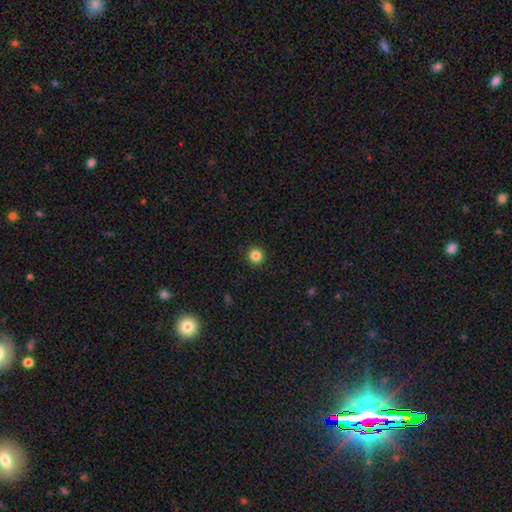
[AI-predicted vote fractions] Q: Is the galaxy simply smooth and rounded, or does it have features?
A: smooth — 85%.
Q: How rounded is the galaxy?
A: round — 96%.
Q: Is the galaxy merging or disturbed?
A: none — 93%.